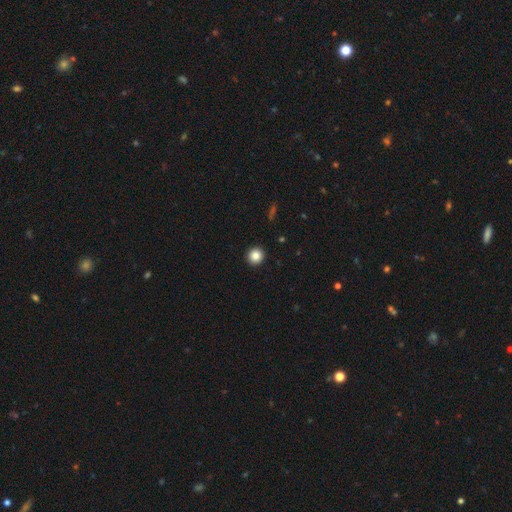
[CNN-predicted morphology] Smooth or featured? Predicted: smooth (p=0.85). How rounded? Predicted: round (p=0.94). Merging? Predicted: none (p=0.93).